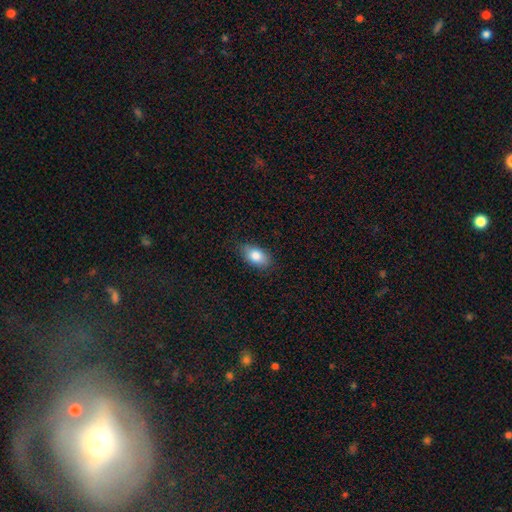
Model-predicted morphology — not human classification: The model was most divided on "merging": none: 82%, minor disturbance: 14%, major disturbance: 3%, merger: 1%. More confident: how rounded — in between (89%); smooth or featured — smooth (83%).